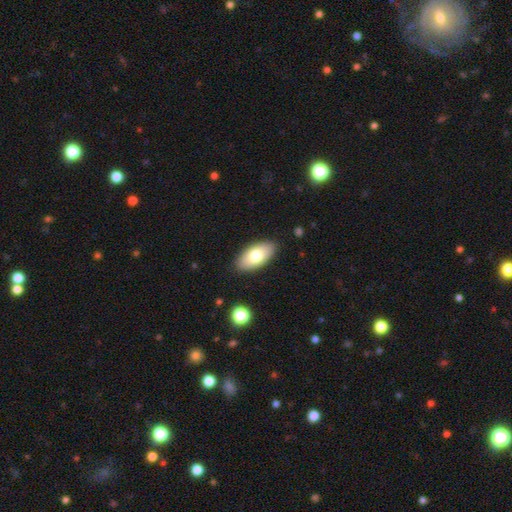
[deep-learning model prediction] This is likely a smooth galaxy (75%). How rounded: clearly in between (94%). Merging: clearly none (88%).